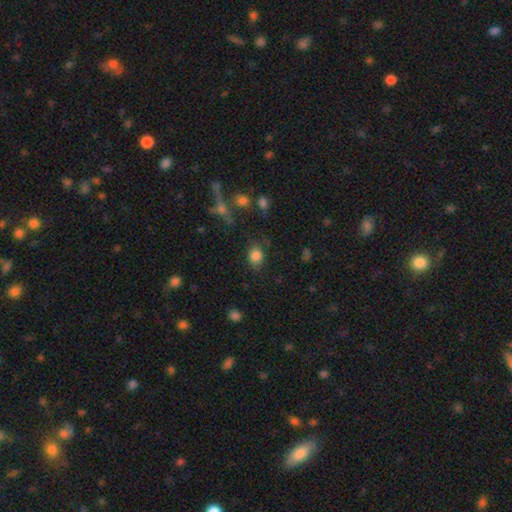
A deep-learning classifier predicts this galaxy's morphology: This is clearly a smooth galaxy (83%). How rounded: possibly round (50%). Merging: likely none (77%).